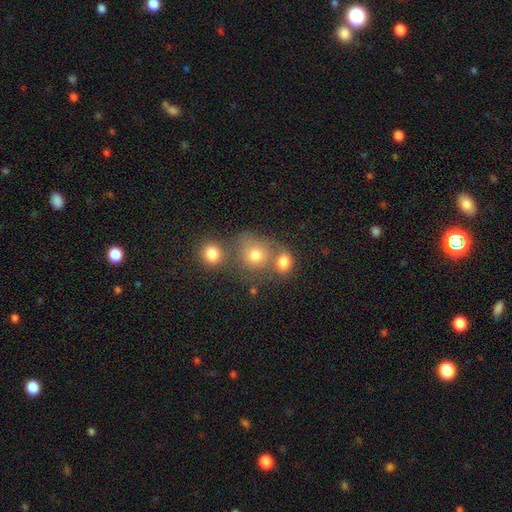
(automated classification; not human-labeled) This is likely a smooth galaxy (61%). How rounded: clearly round (82%). Merging: possibly none (50%).